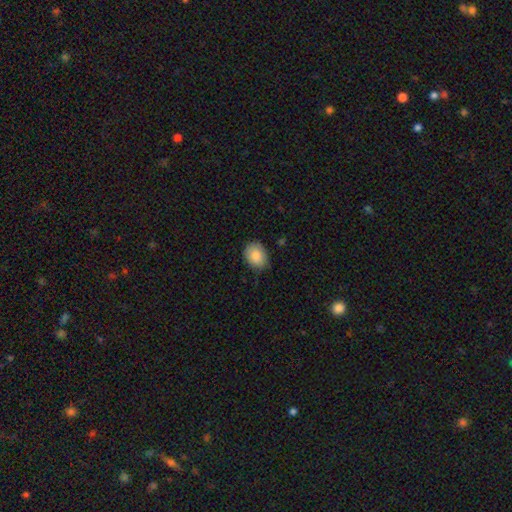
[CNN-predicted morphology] This appears to be a smooth galaxy with no disk features (85%) that is in between round and cigar-shaped (53%). Merging: none (75%).